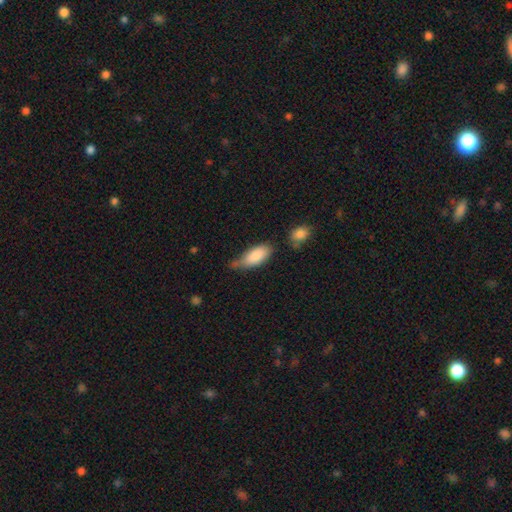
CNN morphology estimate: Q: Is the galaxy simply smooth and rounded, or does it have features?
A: smooth — 85%.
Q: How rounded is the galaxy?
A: in between — 86%.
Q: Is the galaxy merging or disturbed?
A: none — 41%.